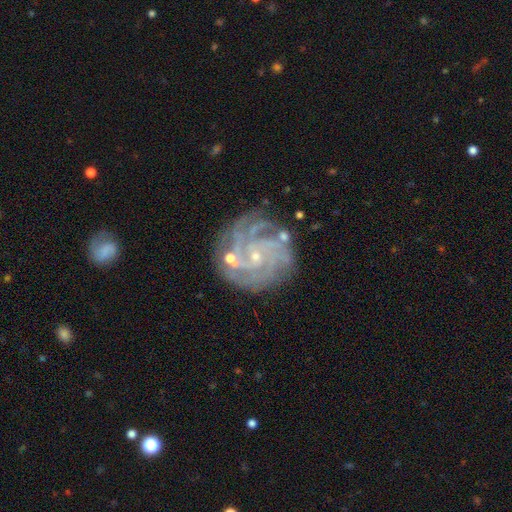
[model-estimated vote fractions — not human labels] A featured or disk galaxy (87%) with no bar (68%), 4 (32%) tight (71%) spiral arms (97%) and a small central bulge (82%).

Vote fractions:
- Smooth or featured? featured or disk: 87% / star or artifact: 8% / smooth: 5%
- Edge-on disk? no: 98% / yes: 2%
- Bar? no: 68% / weak: 25% / strong: 7%
- Spiral arms? yes: 97% / no: 3%
- Spiral winding? tight: 71% / medium: 25% / loose: 5%
- Spiral arm count? 4: 32% / more than 4: 21% / can't tell: 18% / 3: 14% / 2: 8% / 1: 7%
- Bulge size? small: 82% / moderate: 12% / none: 4% / large: 1% / dominant: 1%
- Merging? none: 73% / minor disturbance: 16% / major disturbance: 7% / merger: 5%